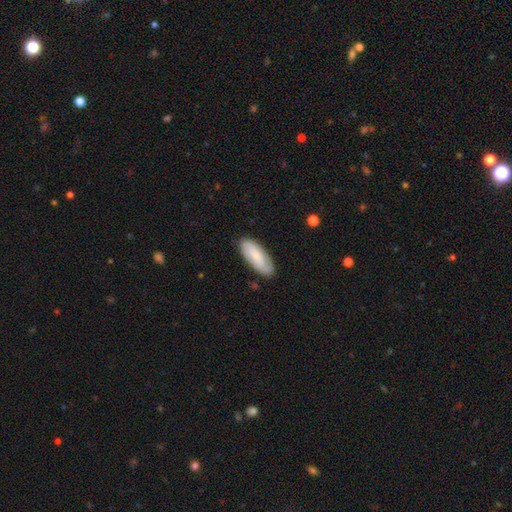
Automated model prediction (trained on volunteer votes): The model was most divided on "smooth or featured": smooth: 72%, featured or disk: 22%, star or artifact: 6%. More confident: merging — none (83%); how rounded — in between (78%).